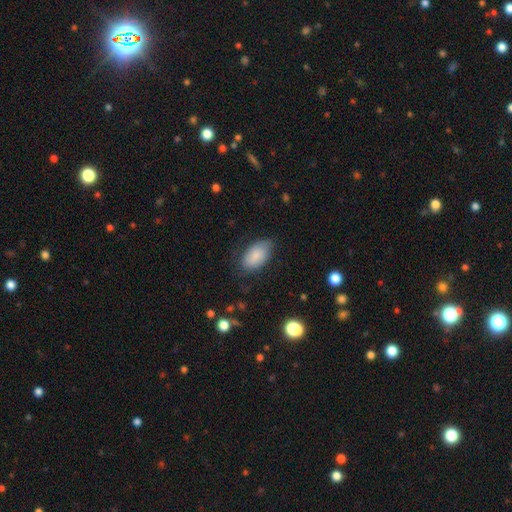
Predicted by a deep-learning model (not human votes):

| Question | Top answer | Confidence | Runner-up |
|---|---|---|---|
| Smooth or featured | smooth | 83% | featured or disk (10%) |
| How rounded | in between | 94% | round (4%) |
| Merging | none | 69% | minor disturbance (23%) |